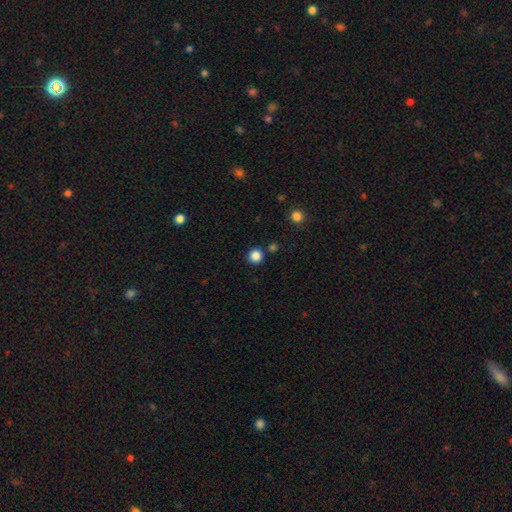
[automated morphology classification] Q: Smooth or featured?
A: smooth (85%); runner-up: star or artifact (12%)
Q: How rounded?
A: round (94%); runner-up: in between (5%)
Q: Merging?
A: none (87%); runner-up: minor disturbance (6%)